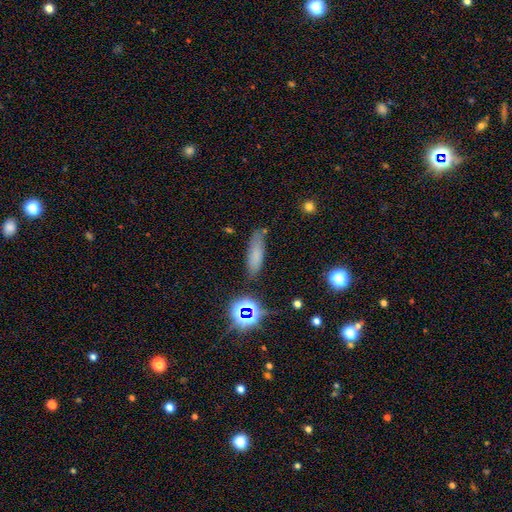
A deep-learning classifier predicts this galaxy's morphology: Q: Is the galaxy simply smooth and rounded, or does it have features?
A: smooth — 71%.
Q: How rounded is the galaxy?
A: cigar-shaped — 55%.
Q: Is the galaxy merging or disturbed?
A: none — 76%.